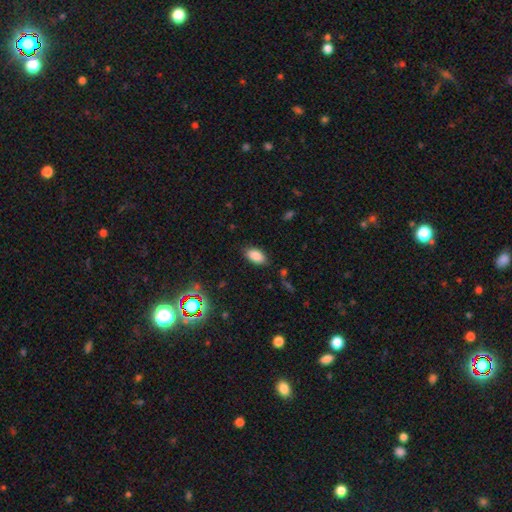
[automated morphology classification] Smooth or featured: smooth — 85% (star or artifact — 10%)
How rounded: in between — 93% (round — 5%)
Merging: none — 84% (minor disturbance — 11%)